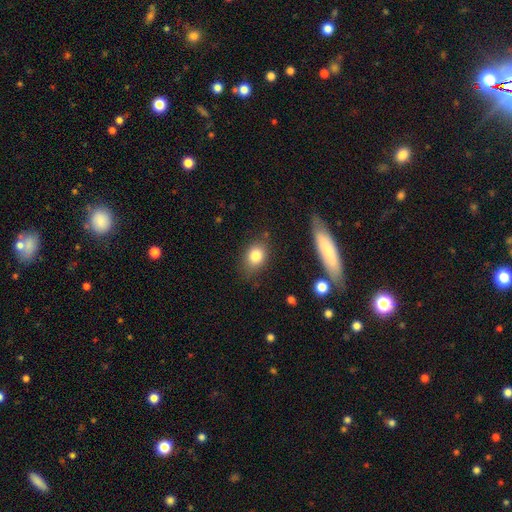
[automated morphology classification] Overall: smooth (81%). How rounded: in between (61%; round 38%). Merging: none (77%).